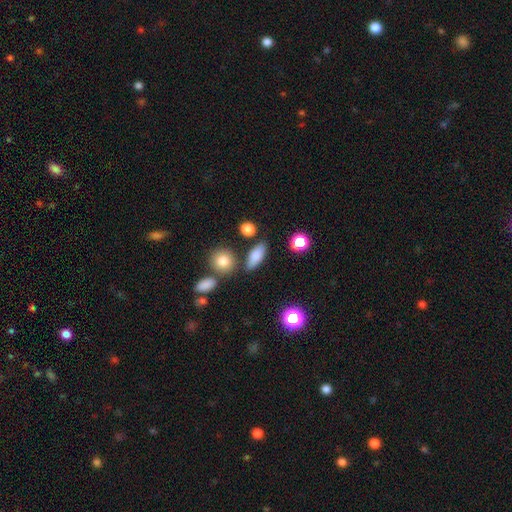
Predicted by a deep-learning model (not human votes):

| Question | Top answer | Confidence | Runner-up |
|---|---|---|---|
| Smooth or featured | smooth | 78% | featured or disk (13%) |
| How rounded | in between | 71% | cigar-shaped (22%) |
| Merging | none | 79% | minor disturbance (11%) |